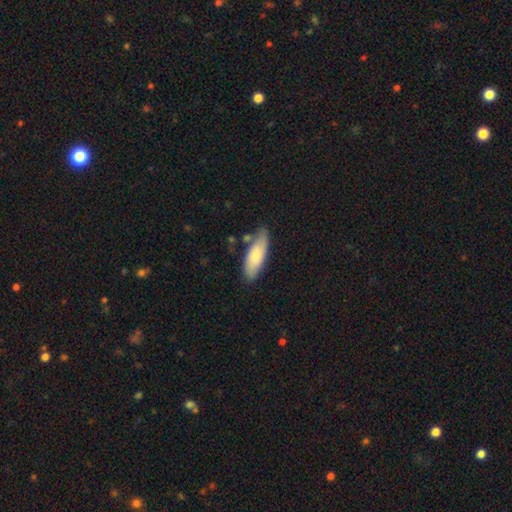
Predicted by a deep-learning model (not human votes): Smooth or featured?
  - smooth: 81% *
  - featured or disk: 13%
  - star or artifact: 5%
How rounded?
  - in between: 62% *
  - cigar-shaped: 36%
  - round: 2%
Merging?
  - none: 70% *
  - minor disturbance: 20%
  - merger: 5%
  - major disturbance: 4%